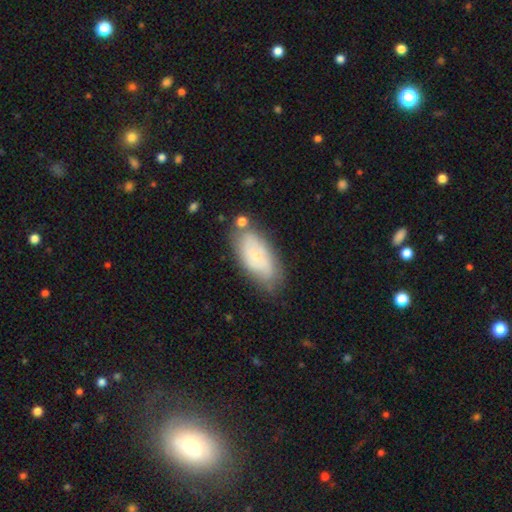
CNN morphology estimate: Smooth or featured: featured or disk — 47% (smooth — 46%)
Merging: none — 67% (minor disturbance — 22%)